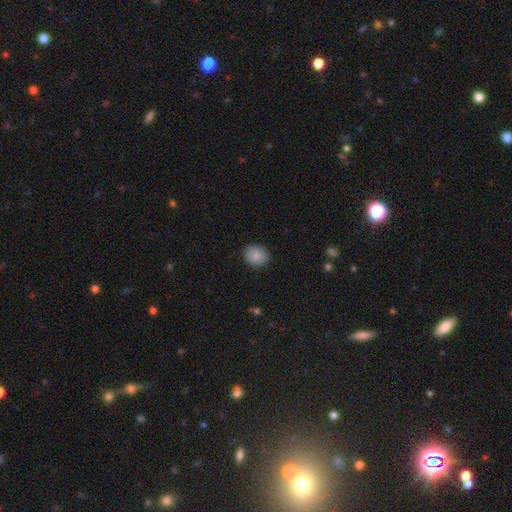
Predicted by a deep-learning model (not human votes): Overall: smooth (87%). How rounded: round (72%). Merging: none (87%).